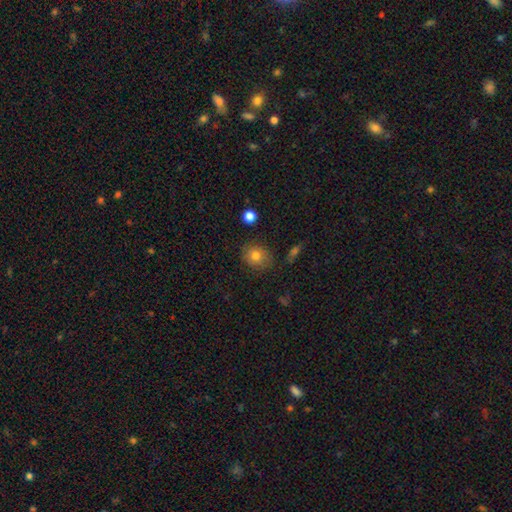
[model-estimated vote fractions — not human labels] Smooth or featured? smooth (80%)
How rounded? round (69%)
Merging? none (82%)